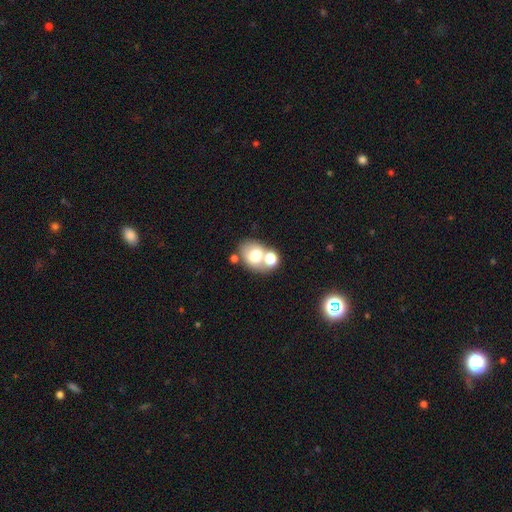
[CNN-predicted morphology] This is likely a smooth galaxy (69%). How rounded: possibly in between (55%). Merging: marginally none (43%).